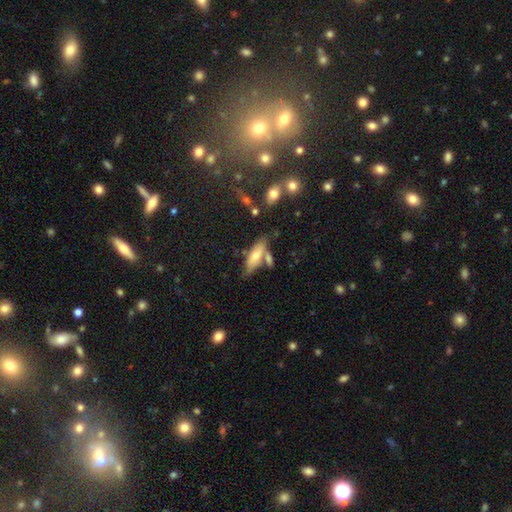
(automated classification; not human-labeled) A smooth galaxy with no disk features (63%) that is in between round and cigar-shaped (56%).

Vote fractions:
- Smooth or featured? smooth: 63% / featured or disk: 29% / star or artifact: 7%
- How rounded? in between: 56% / cigar-shaped: 42% / round: 2%
- Merging? none: 56% / merger: 22% / minor disturbance: 17% / major disturbance: 5%